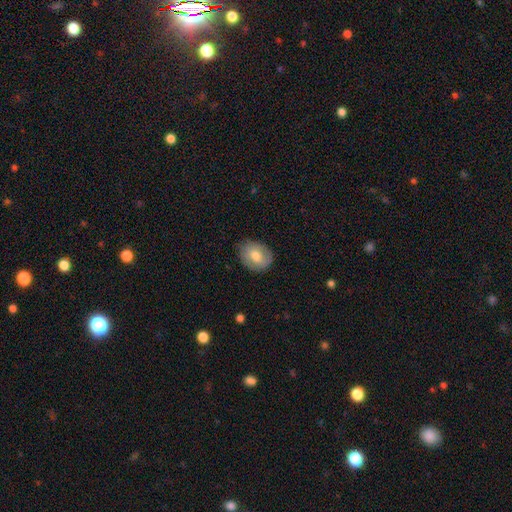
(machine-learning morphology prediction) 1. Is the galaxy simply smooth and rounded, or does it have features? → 62% smooth, 30% featured or disk, 7% star or artifact.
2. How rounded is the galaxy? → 51% in between, 48% round, 1% cigar-shaped.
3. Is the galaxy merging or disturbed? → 81% none, 14% minor disturbance, 3% major disturbance, 1% merger.